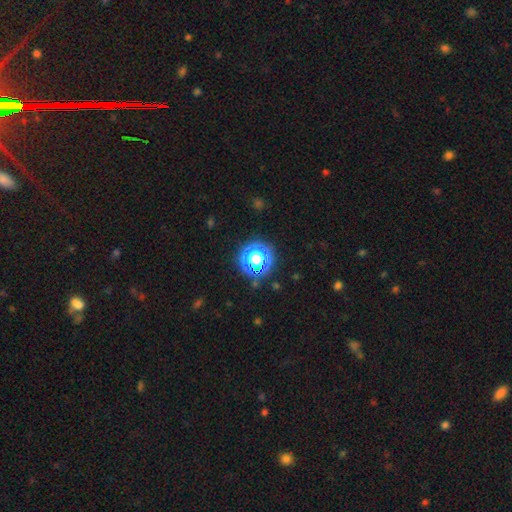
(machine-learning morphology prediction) type=star or artifact (70%).